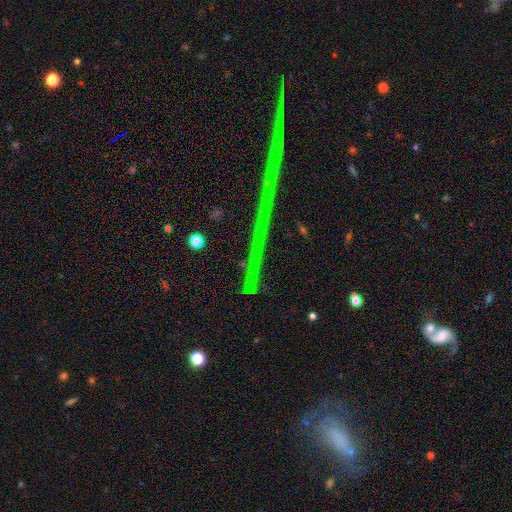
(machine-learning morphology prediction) A star or artifact, not a galaxy (68%).